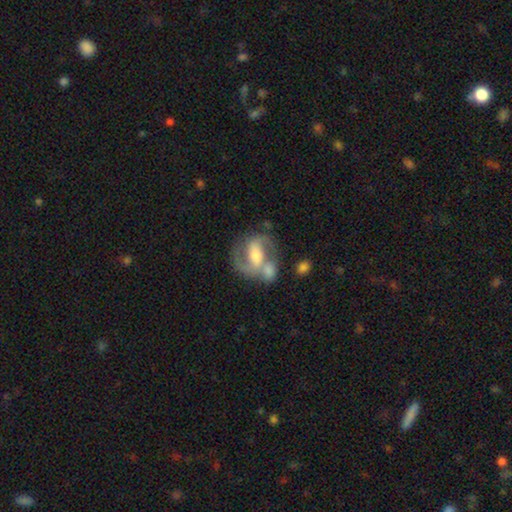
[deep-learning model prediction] The model was most divided on "bar": strong: 41%, weak: 39%, no: 20%. More confident: edge-on disk — no (97%); spiral arms — yes (92%); spiral arm count — 2 (88%); smooth or featured — featured or disk (80%); spiral winding — medium (59%); bulge size — moderate (57%); merging — none (51%).